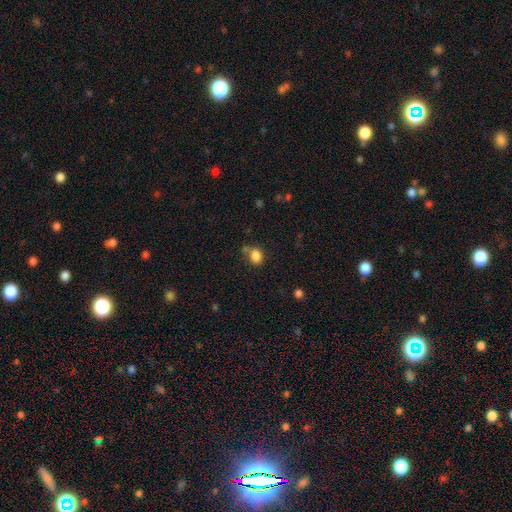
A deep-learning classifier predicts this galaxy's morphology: smooth-or-featured: smooth: 85% | star or artifact: 10% | featured or disk: 5%
  how-rounded: in between: 65% | round: 34% | cigar-shaped: 1%
  merging: none: 62% | minor disturbance: 17% | merger: 14% | major disturbance: 6%